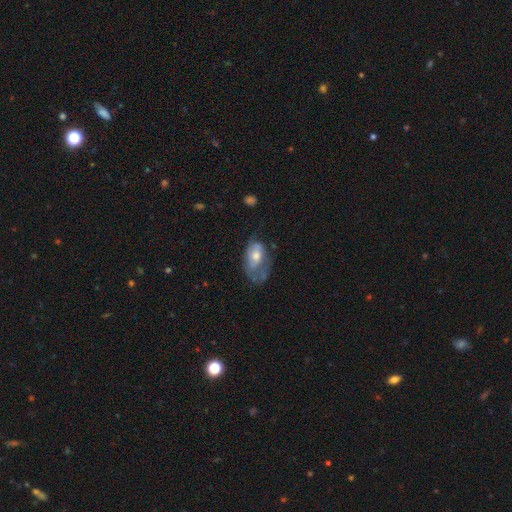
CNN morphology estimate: This is possibly a smooth galaxy (48%). Merging: marginally major disturbance (34%).